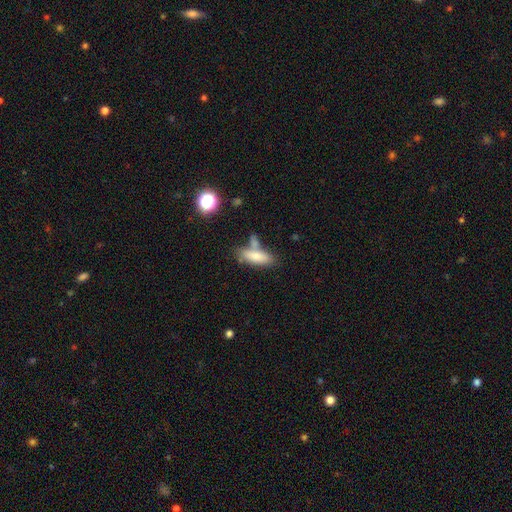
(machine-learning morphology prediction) Q: Smooth or featured?
A: smooth (78%); runner-up: featured or disk (14%)
Q: How rounded?
A: in between (58%); runner-up: cigar-shaped (40%)
Q: Merging?
A: none (51%); runner-up: merger (26%)